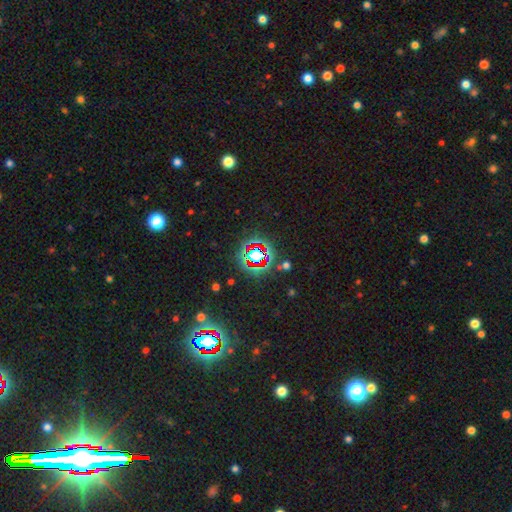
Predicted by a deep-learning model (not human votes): This appears to be a star or artifact, not a galaxy (71%).